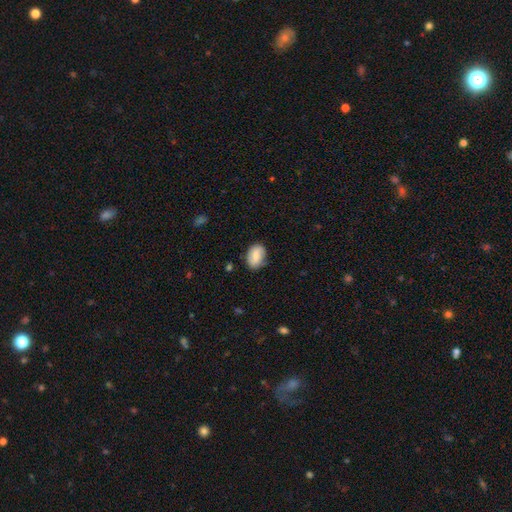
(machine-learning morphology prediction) Smooth or featured: smooth — 81% (featured or disk — 12%)
How rounded: in between — 82% (round — 17%)
Merging: none — 75% (minor disturbance — 19%)